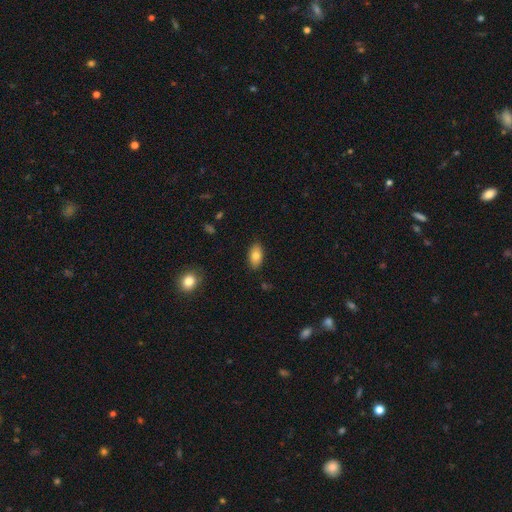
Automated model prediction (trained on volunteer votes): The model was most divided on "smooth or featured": smooth: 80%, featured or disk: 12%, star or artifact: 8%. More confident: how rounded — in between (92%); merging — none (86%).